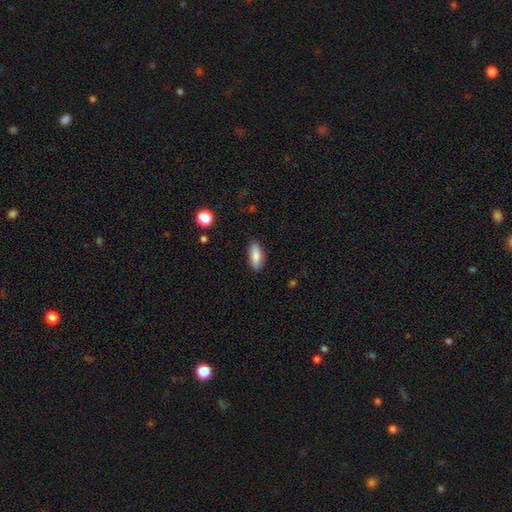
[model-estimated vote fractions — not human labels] Smooth or featured?
  - smooth: 81% *
  - featured or disk: 12%
  - star or artifact: 7%
How rounded?
  - in between: 74% *
  - cigar-shaped: 23%
  - round: 2%
Merging?
  - none: 86% *
  - minor disturbance: 11%
  - major disturbance: 2%
  - merger: 1%